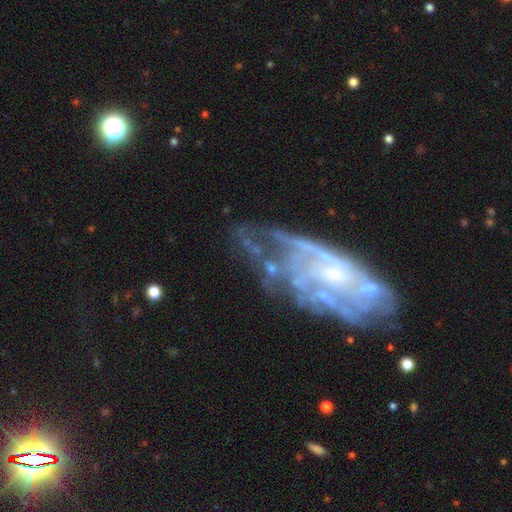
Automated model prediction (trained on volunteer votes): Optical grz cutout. It shows a featured or disk galaxy (77%) with no bar (63%), tight (45%) spiral arms (73%) and a small central bulge (56%). Merging: none (40%).